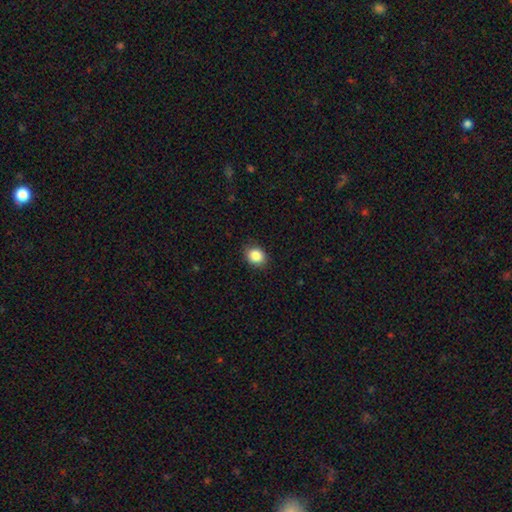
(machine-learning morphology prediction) A smooth galaxy with no disk features (86%) that is round (59%). Merging: none (87%).